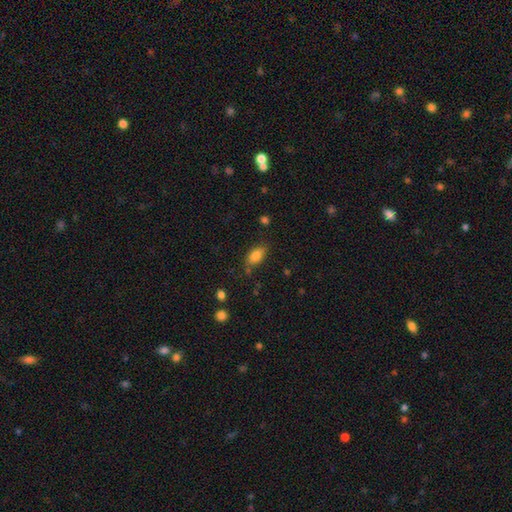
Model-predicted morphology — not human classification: A smooth galaxy with no disk features (84%) that is in between round and cigar-shaped (90%). Merging: none (75%).